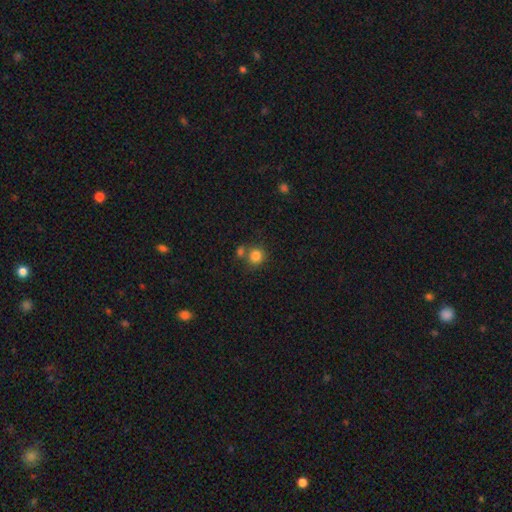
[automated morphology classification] A smooth galaxy with no disk features (83%) that is round (85%).

Vote fractions:
- Smooth or featured? smooth: 83% / star or artifact: 11% / featured or disk: 6%
- How rounded? round: 85% / in between: 14% / cigar-shaped: 1%
- Merging? none: 59% / merger: 25% / minor disturbance: 11% / major disturbance: 4%